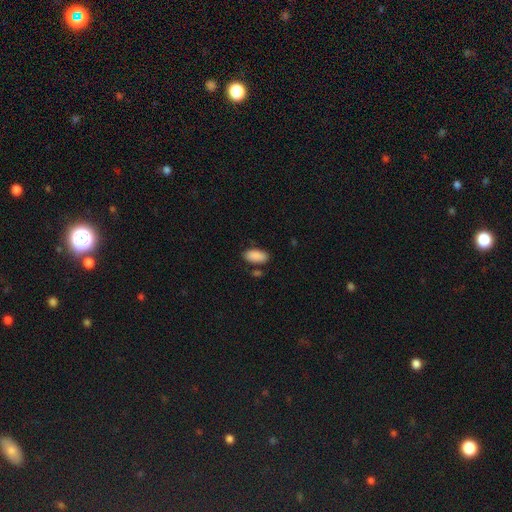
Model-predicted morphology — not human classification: Smooth or featured?
  - smooth: 89% *
  - star or artifact: 7%
  - featured or disk: 4%
How rounded?
  - in between: 93% *
  - cigar-shaped: 5%
  - round: 2%
Merging?
  - none: 78% *
  - minor disturbance: 12%
  - merger: 6%
  - major disturbance: 3%